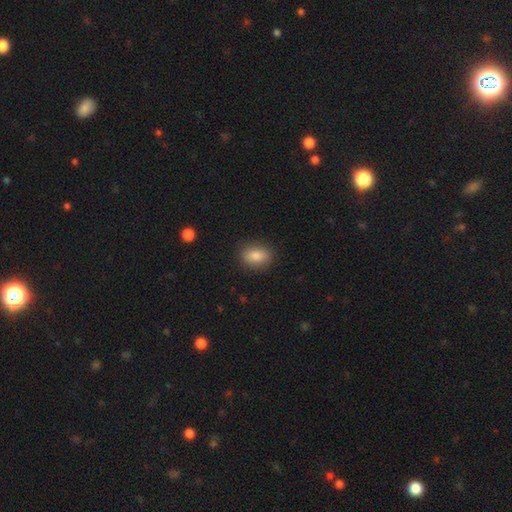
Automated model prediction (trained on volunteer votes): This is clearly a smooth galaxy (85%). How rounded: likely in between (77%). Merging: clearly none (87%).